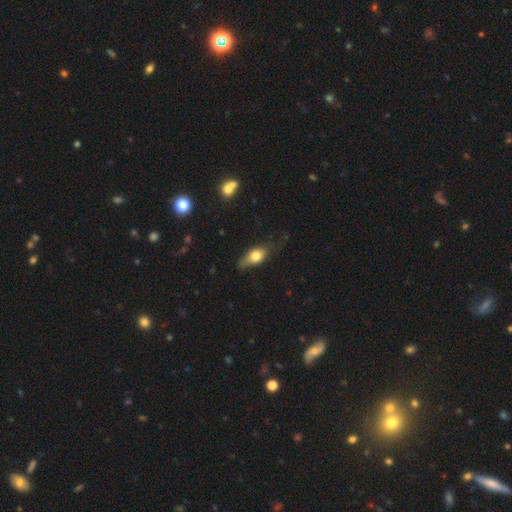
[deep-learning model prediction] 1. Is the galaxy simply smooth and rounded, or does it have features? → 69% smooth, 23% featured or disk, 8% star or artifact.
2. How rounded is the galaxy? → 78% in between, 14% cigar-shaped, 8% round.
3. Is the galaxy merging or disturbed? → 51% none, 34% minor disturbance, 12% major disturbance, 3% merger.